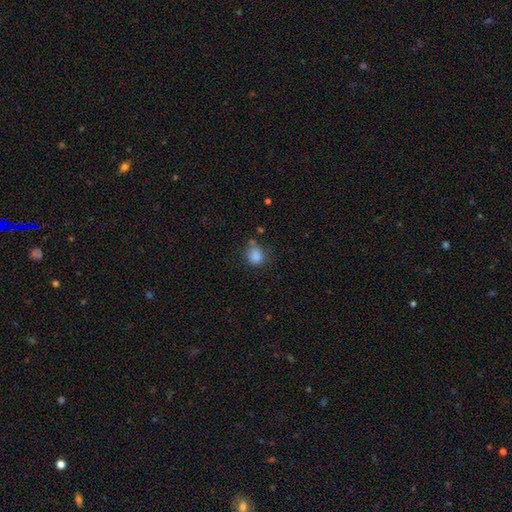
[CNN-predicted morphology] type=smooth (82%); roundness=round (56%); merging=none (54%).